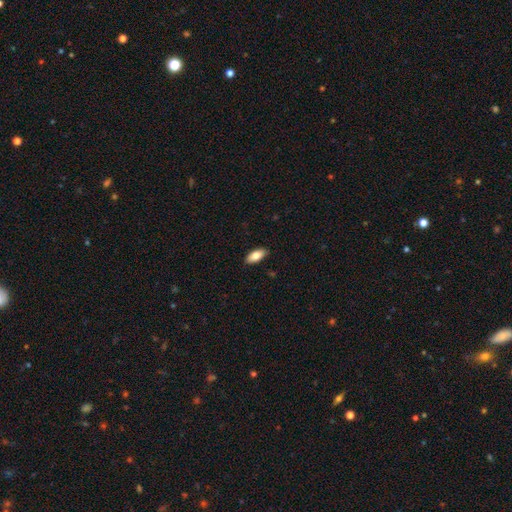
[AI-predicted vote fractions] Q: Smooth or featured?
A: smooth (82%); runner-up: featured or disk (11%)
Q: How rounded?
A: in between (89%); runner-up: cigar-shaped (9%)
Q: Merging?
A: none (88%); runner-up: minor disturbance (9%)